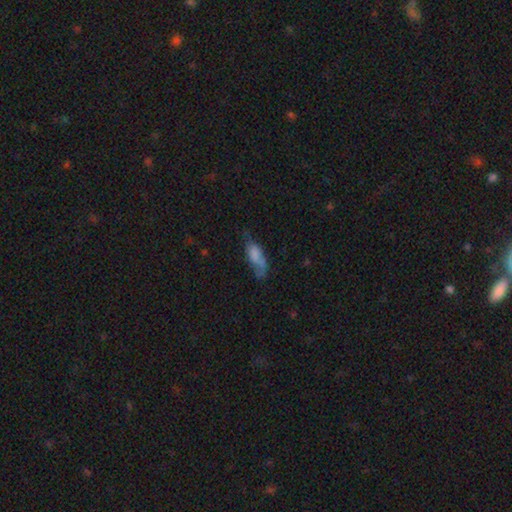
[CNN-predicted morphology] This appears to be a smooth galaxy with no disk features (66%) that is in between round and cigar-shaped (73%). Merging: none (36%).